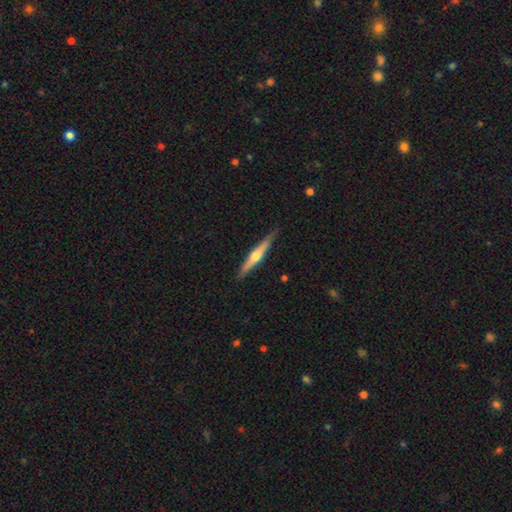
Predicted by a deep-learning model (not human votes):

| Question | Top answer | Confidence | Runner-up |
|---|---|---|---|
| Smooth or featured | featured or disk | 63% | smooth (32%) |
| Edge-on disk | yes | 96% | no (4%) |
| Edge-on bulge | rounded | 88% | none (8%) |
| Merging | none | 87% | minor disturbance (10%) |